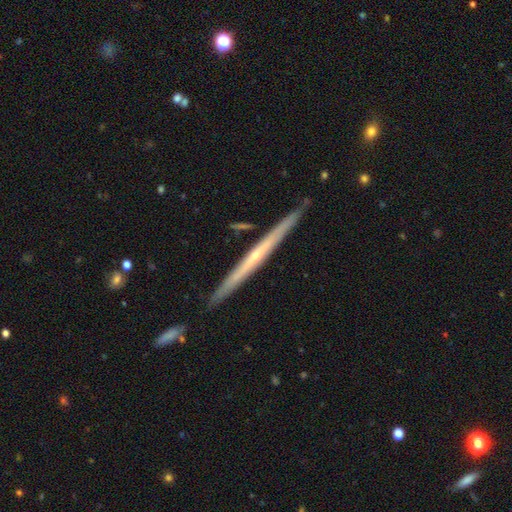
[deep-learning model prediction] This appears to be a featured or disk galaxy (71%) viewed edge-on (97%) with no central bulge (63%). Merging: none (89%).